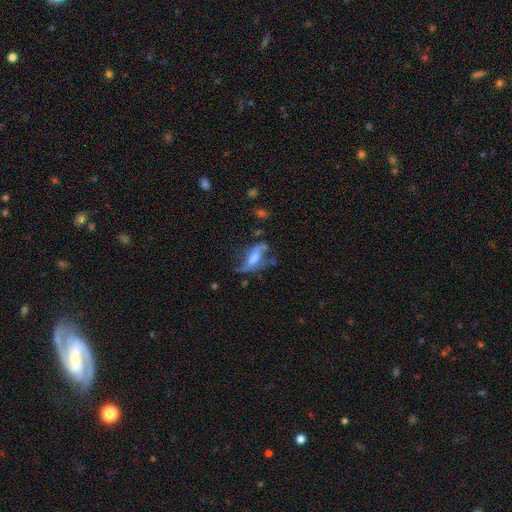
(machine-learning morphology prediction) A featured or disk galaxy (57%). Merging: none (38%).